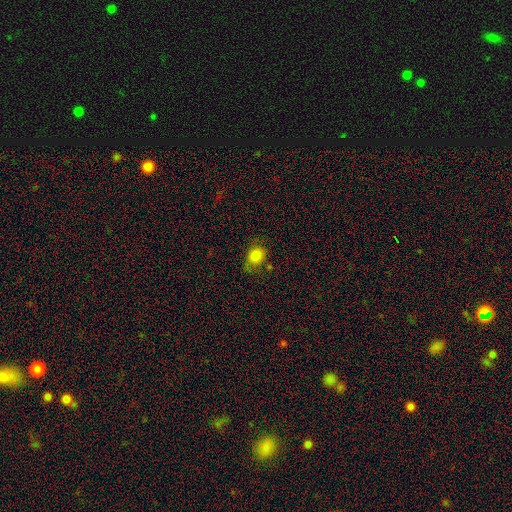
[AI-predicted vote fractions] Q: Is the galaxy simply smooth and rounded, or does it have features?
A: smooth — 82%.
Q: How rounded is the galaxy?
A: round — 49%, tied with in between.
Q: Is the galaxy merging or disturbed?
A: none — 62%.